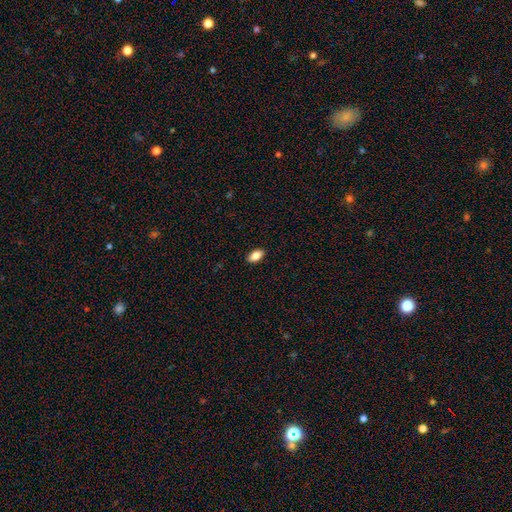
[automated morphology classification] smooth_or_featured: smooth (p=0.85) [alt: featured or disk p=0.08]
how_rounded: in between (p=0.91) [alt: cigar-shaped p=0.05]
merging: none (p=0.89) [alt: minor disturbance p=0.08]